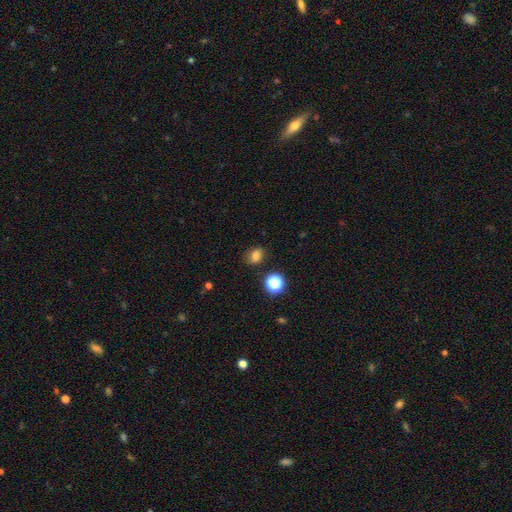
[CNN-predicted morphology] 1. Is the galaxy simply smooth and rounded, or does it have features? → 76% smooth, 17% star or artifact, 8% featured or disk.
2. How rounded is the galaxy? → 58% in between, 41% round, 1% cigar-shaped.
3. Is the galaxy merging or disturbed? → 78% none, 15% minor disturbance, 4% major disturbance, 3% merger.